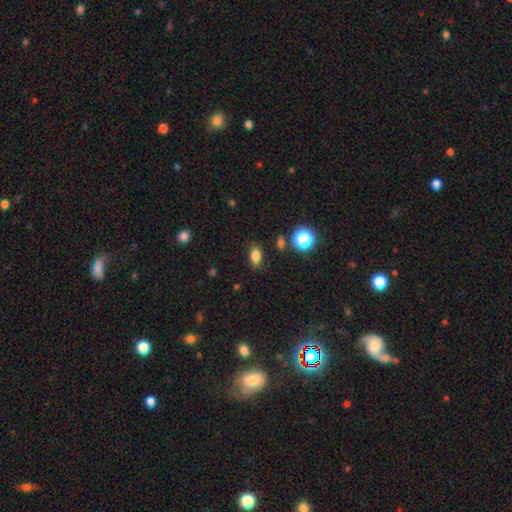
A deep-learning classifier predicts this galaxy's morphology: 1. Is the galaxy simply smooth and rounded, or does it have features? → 81% smooth, 13% star or artifact, 6% featured or disk.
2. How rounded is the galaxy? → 81% in between, 17% round, 2% cigar-shaped.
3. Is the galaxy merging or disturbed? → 83% none, 12% minor disturbance, 3% major disturbance, 2% merger.